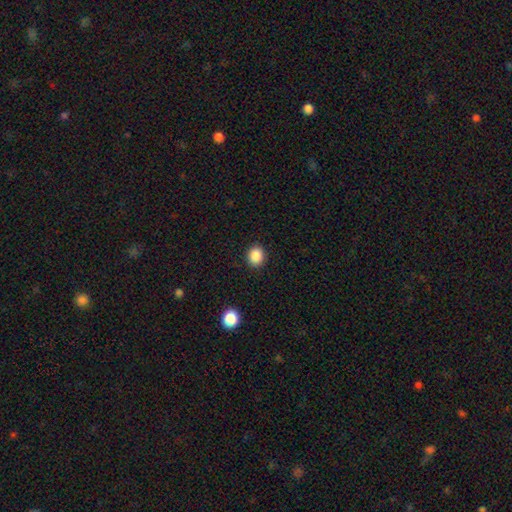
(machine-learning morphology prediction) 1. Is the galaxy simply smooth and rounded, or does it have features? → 88% smooth, 9% star or artifact, 3% featured or disk.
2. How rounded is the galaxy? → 70% round, 29% in between, 1% cigar-shaped.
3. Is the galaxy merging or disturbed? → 90% none, 6% minor disturbance, 2% major disturbance, 1% merger.